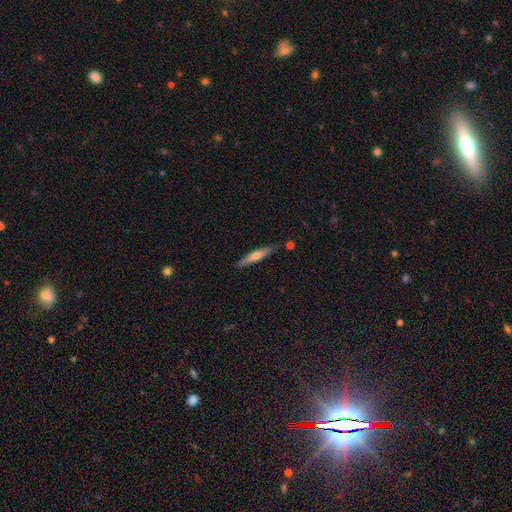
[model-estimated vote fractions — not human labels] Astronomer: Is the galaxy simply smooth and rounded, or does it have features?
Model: smooth — 54% (runner-up: featured or disk, 40%).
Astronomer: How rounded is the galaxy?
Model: cigar-shaped — 90%.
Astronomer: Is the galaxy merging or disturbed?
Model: none — 84%.